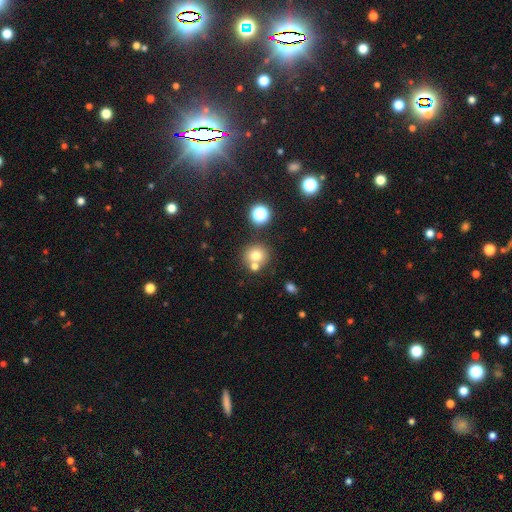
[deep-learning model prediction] Smooth or featured? smooth (71%)
How rounded? round (89%)
Merging? none (65%)